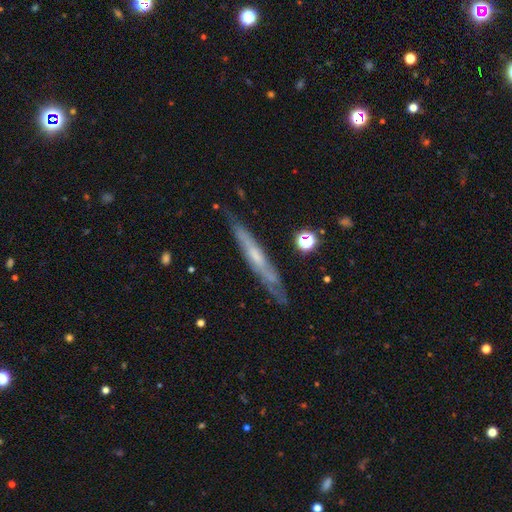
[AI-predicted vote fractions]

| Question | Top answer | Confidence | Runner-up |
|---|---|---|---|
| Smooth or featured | featured or disk | 64% | smooth (29%) |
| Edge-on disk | yes | 81% | no (19%) |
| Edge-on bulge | none | 63% | rounded (30%) |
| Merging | none | 79% | minor disturbance (16%) |